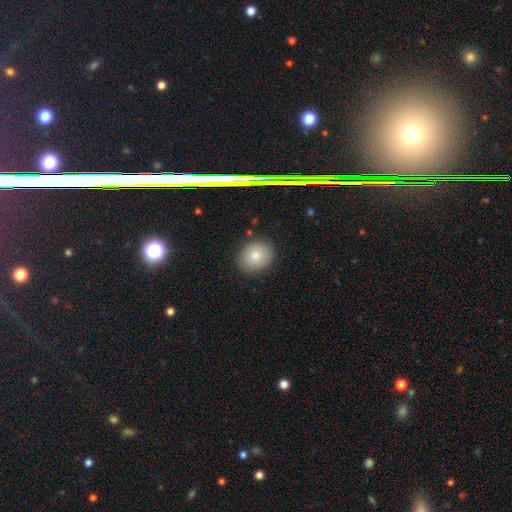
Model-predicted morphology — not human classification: A smooth galaxy with no disk features (79%) that is round (71%). Merging: none (86%).